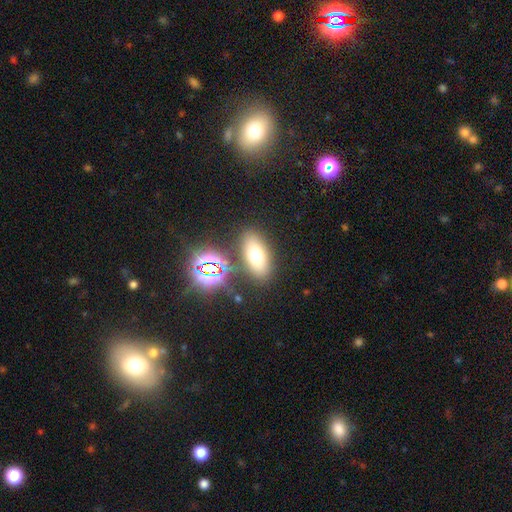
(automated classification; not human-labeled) Smooth or featured? Predicted: smooth (p=0.62). How rounded? Predicted: in between (p=0.79). Merging? Predicted: none (p=0.81).